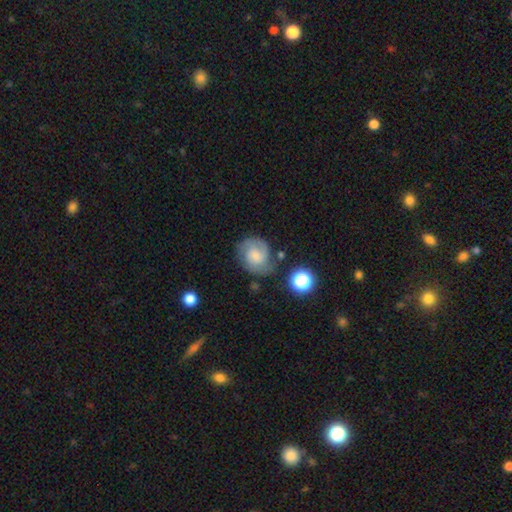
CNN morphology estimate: A featured or disk galaxy (62%) with no bar (65%), 2 (67%) medium (43%) spiral arms (92%) and a small central bulge (33%).

Vote fractions:
- Smooth or featured? featured or disk: 62% / smooth: 30% / star or artifact: 9%
- Edge-on disk? no: 98% / yes: 2%
- Bar? no: 65% / weak: 31% / strong: 4%
- Spiral arms? yes: 92% / no: 8%
- Spiral winding? medium: 43% / tight: 42% / loose: 14%
- Spiral arm count? 2: 67% / can't tell: 14% / 1: 9% / 3: 6% / 4: 2% / more than 4: 2%
- Bulge size? small: 33% / moderate: 29% / none: 22% / large: 13% / dominant: 3%
- Merging? none: 63% / minor disturbance: 22% / major disturbance: 11% / merger: 5%